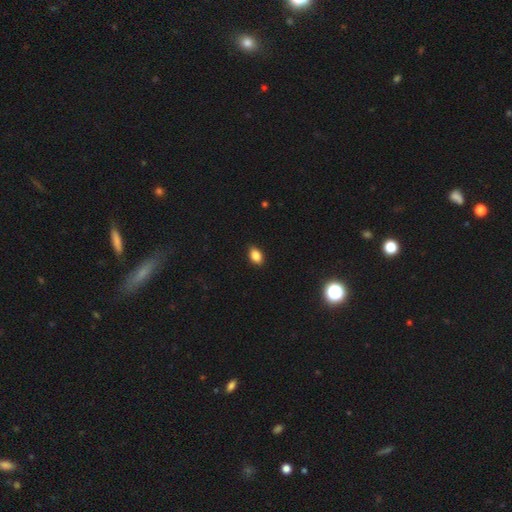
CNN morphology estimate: The model was most divided on "how rounded": in between: 85%, round: 13%, cigar-shaped: 2%. More confident: merging — none (88%); smooth or featured — smooth (86%).